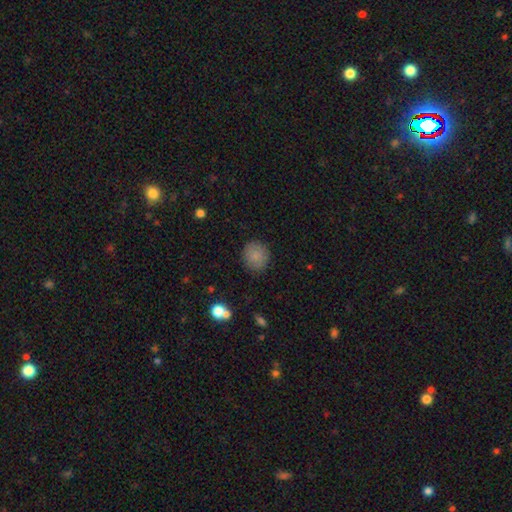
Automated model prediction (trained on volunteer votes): smooth-or-featured: smooth: 84% | star or artifact: 9% | featured or disk: 7%
  how-rounded: round: 84% | in between: 15% | cigar-shaped: 1%
  merging: none: 86% | minor disturbance: 10% | major disturbance: 3% | merger: 1%